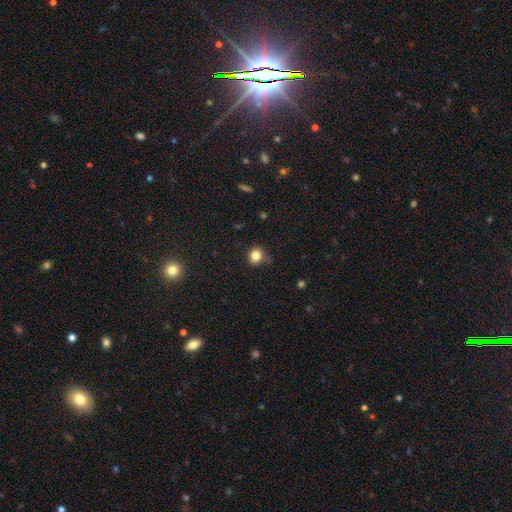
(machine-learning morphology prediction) Smooth or featured? smooth (82%)
How rounded? round (84%)
Merging? none (77%)